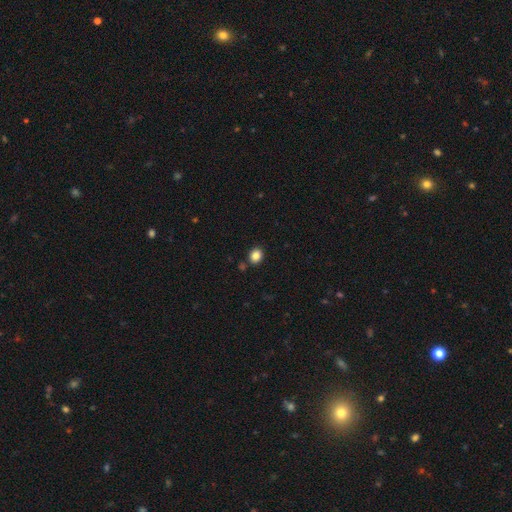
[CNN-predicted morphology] Q: Smooth or featured?
A: smooth (86%); runner-up: star or artifact (10%)
Q: How rounded?
A: round (59%); runner-up: in between (40%)
Q: Merging?
A: none (85%); runner-up: minor disturbance (9%)